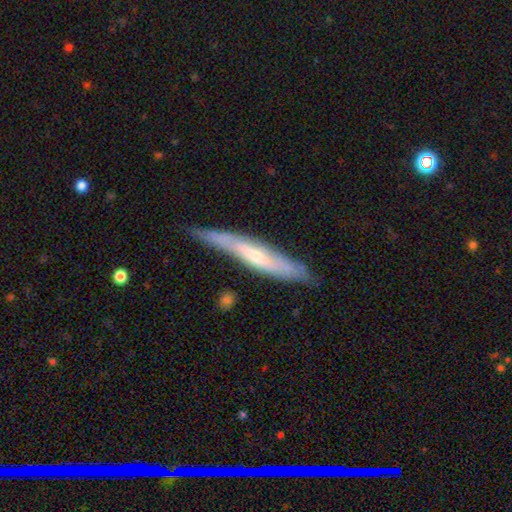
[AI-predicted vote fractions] Q: Smooth or featured?
A: featured or disk (59%); runner-up: smooth (35%)
Q: Edge-on disk?
A: yes (76%); runner-up: no (24%)
Q: Merging?
A: none (72%); runner-up: minor disturbance (22%)